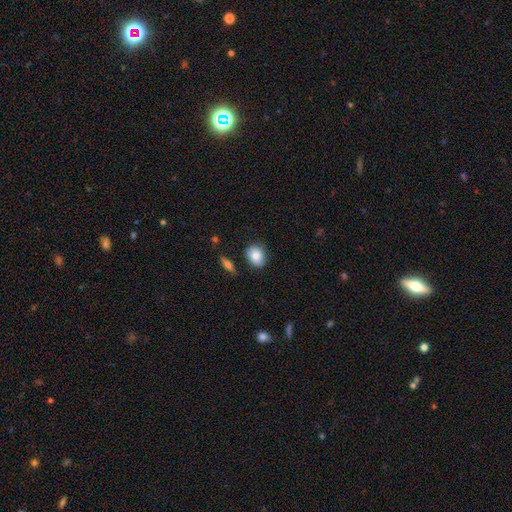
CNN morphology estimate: smooth 84%, featured or disk 9%, star or artifact 7%. Down the decision tree: how rounded — in between (50%); merging — none (79%).